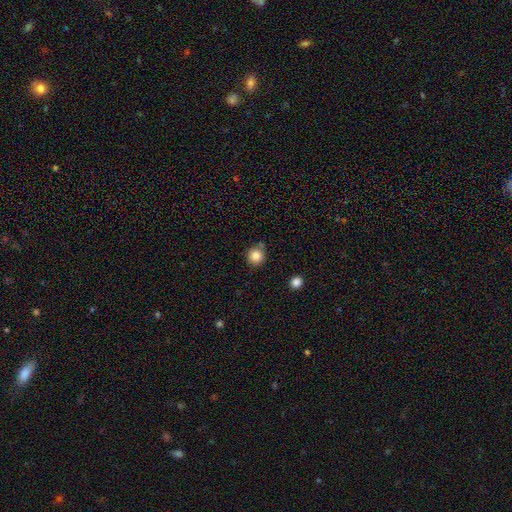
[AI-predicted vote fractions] This is clearly a smooth galaxy (84%). How rounded: clearly round (90%). Merging: likely none (75%).